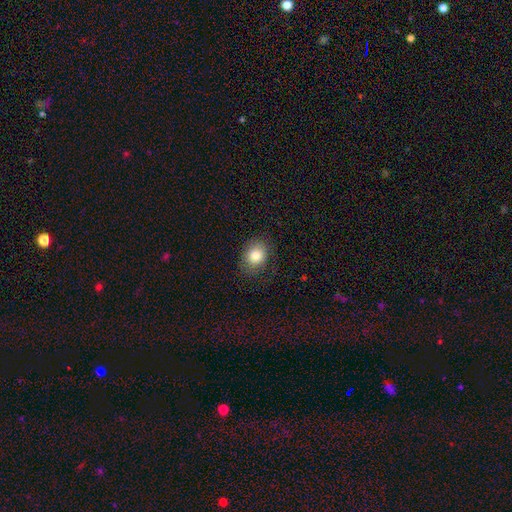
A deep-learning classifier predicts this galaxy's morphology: A smooth galaxy with no disk features (83%) that is in between round and cigar-shaped (52%). Merging: none (80%).